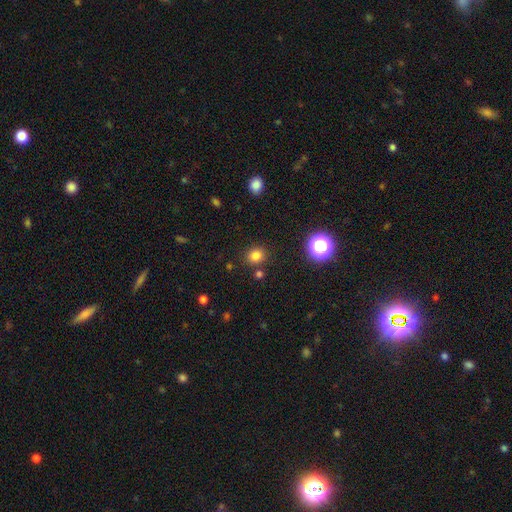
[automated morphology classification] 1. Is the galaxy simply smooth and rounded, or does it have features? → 79% smooth, 15% star or artifact, 5% featured or disk.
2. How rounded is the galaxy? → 76% round, 23% in between, 1% cigar-shaped.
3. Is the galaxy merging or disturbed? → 84% none, 8% minor disturbance, 5% merger, 3% major disturbance.